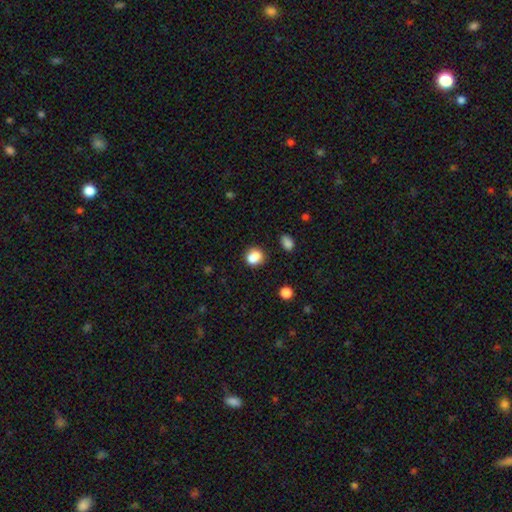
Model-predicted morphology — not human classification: Smooth or featured: smooth — 81% (star or artifact — 11%)
How rounded: round — 70% (in between — 29%)
Merging: none — 59% (merger — 20%)